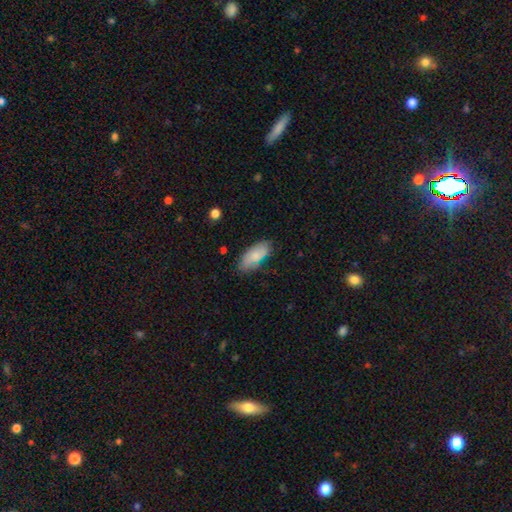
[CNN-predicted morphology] Overall: smooth (78%). How rounded: in between (89%). Merging: none (71%).